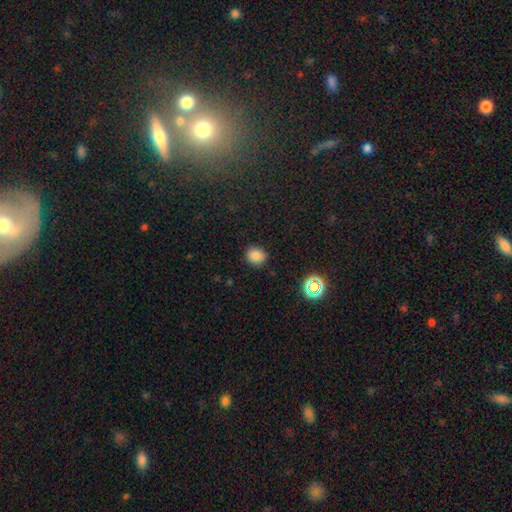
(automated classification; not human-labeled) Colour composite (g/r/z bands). It shows a smooth galaxy with no disk features (81%) that is round (79%). Merging: none (88%).